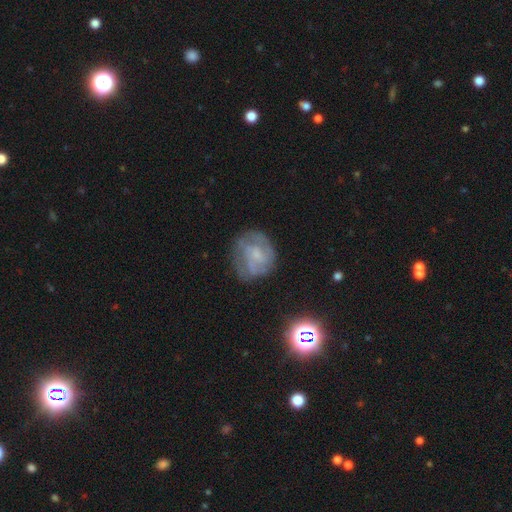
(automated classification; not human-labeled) This appears to be a featured or disk galaxy (58%) with no bar (66%), spiral arms (65%) and a small central bulge (41%). Merging: none (59%).